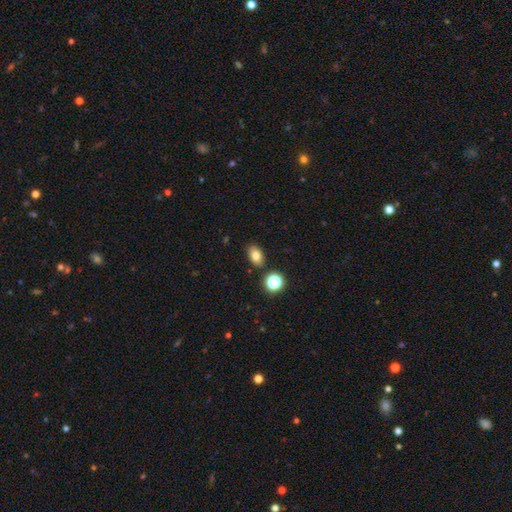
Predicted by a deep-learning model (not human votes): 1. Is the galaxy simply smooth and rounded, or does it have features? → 79% smooth, 12% star or artifact, 9% featured or disk.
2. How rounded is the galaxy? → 83% in between, 15% round, 2% cigar-shaped.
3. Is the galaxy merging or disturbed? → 83% none, 10% minor disturbance, 5% merger, 2% major disturbance.